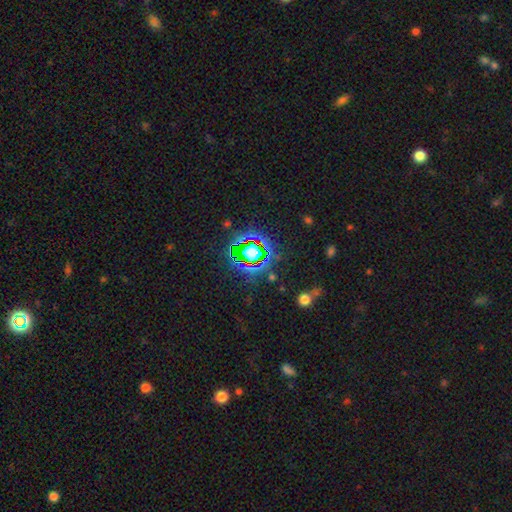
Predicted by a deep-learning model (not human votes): Morphology: type=star or artifact (76%).